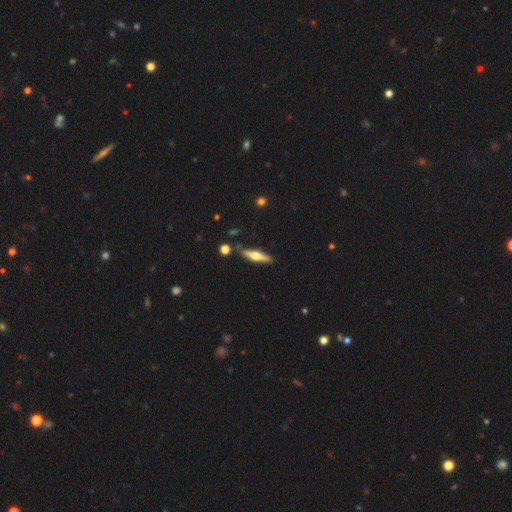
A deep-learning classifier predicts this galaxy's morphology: Smooth or featured?
  - featured or disk: 53% *
  - smooth: 41%
  - star or artifact: 6%
Edge-on disk?
  - yes: 93% *
  - no: 7%
Merging?
  - none: 82% *
  - minor disturbance: 11%
  - merger: 4%
  - major disturbance: 3%